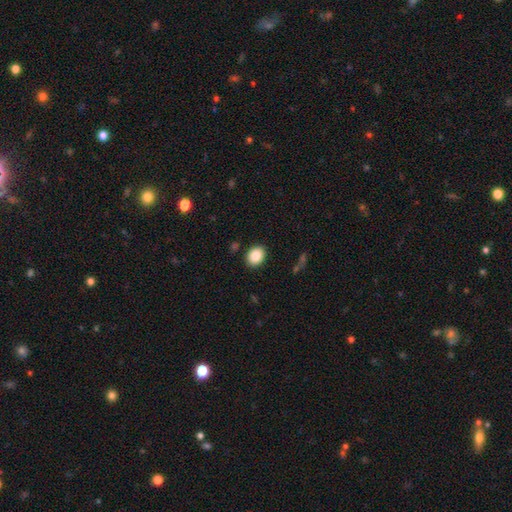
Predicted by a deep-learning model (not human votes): Morphology: type=smooth (86%); roundness=in between (56%); merging=none (89%).